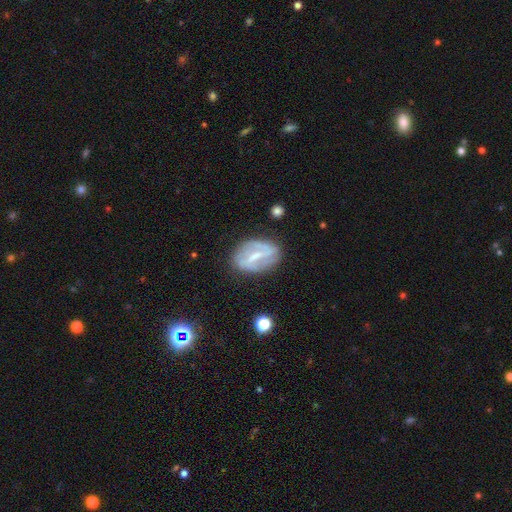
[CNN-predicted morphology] Q: Smooth or featured?
A: featured or disk (72%); runner-up: smooth (20%)
Q: Edge-on disk?
A: no (94%); runner-up: yes (6%)
Q: Bar?
A: strong (52%); runner-up: weak (38%)
Q: Spiral arms?
A: yes (74%); runner-up: no (26%)
Q: Spiral winding?
A: medium (38%); runner-up: tight (33%)
Q: Spiral arm count?
A: 2 (65%); runner-up: can't tell (23%)
Q: Bulge size?
A: small (47%); runner-up: moderate (29%)
Q: Merging?
A: none (73%); runner-up: minor disturbance (18%)